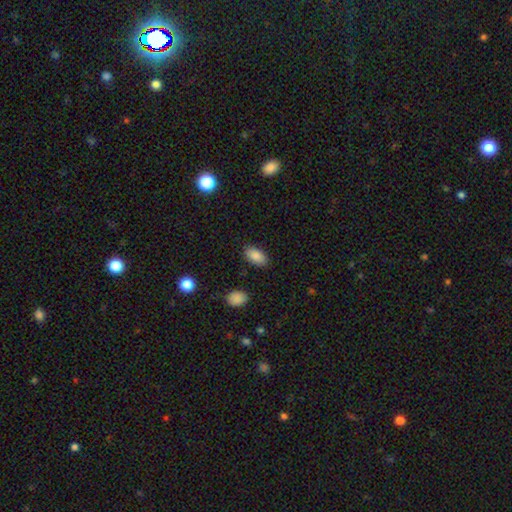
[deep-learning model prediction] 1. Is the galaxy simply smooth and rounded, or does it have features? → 87% smooth, 7% star or artifact, 6% featured or disk.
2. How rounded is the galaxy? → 94% in between, 4% round, 3% cigar-shaped.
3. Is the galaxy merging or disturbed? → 86% none, 9% minor disturbance, 3% major disturbance, 2% merger.